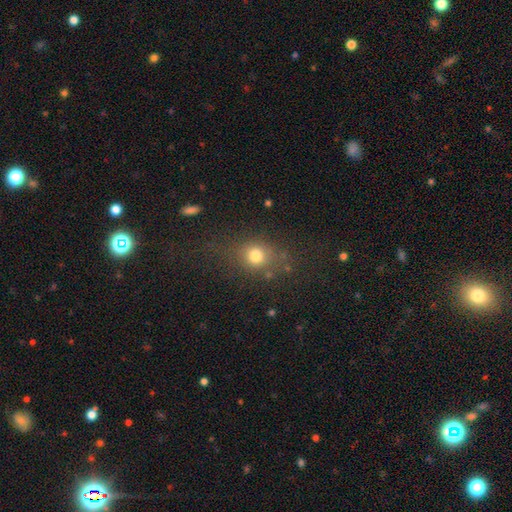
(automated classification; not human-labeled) Smooth or featured: smooth — 74% (star or artifact — 16%)
How rounded: round — 68% (in between — 30%)
Merging: none — 66% (minor disturbance — 16%)